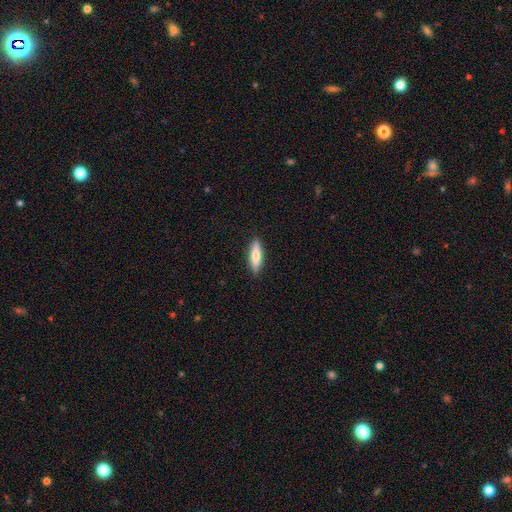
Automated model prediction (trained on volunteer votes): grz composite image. It shows a smooth galaxy with no disk features (64%) that is cigar-shaped (65%). Merging: none (90%).